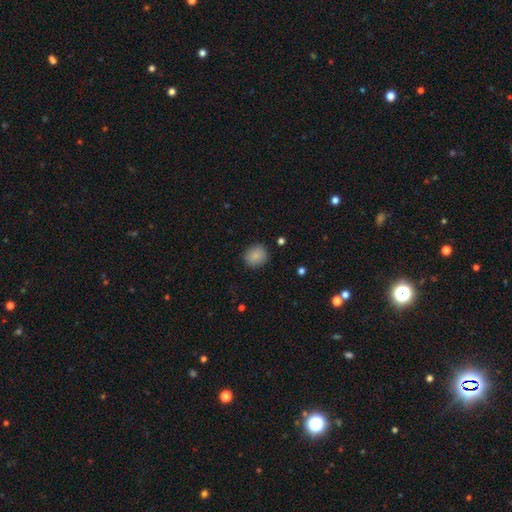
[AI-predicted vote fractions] smooth-or-featured: smooth: 85% | star or artifact: 9% | featured or disk: 6%
  how-rounded: round: 79% | in between: 20% | cigar-shaped: 1%
  merging: none: 86% | minor disturbance: 10% | major disturbance: 3% | merger: 1%